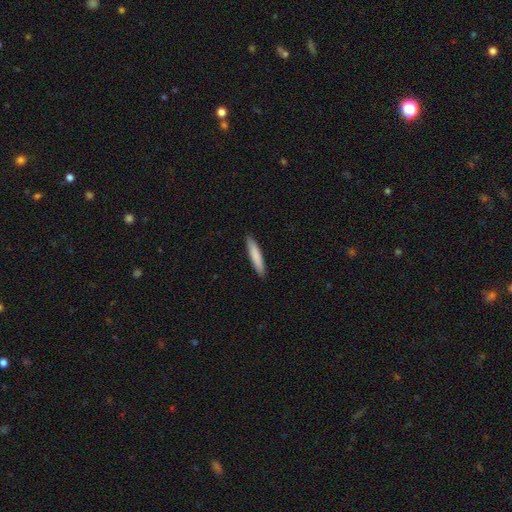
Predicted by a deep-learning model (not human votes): Smooth or featured? smooth (84%)
How rounded? cigar-shaped (88%)
Merging? none (90%)